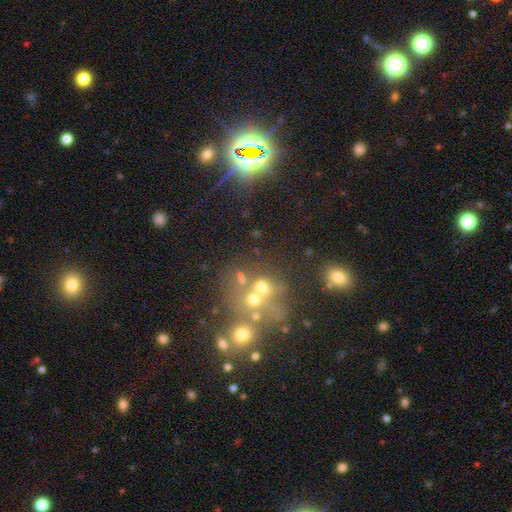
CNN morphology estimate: A star or artifact, not a galaxy (53%).

Vote fractions:
- Smooth or featured? star or artifact: 53% / smooth: 30% / featured or disk: 17%